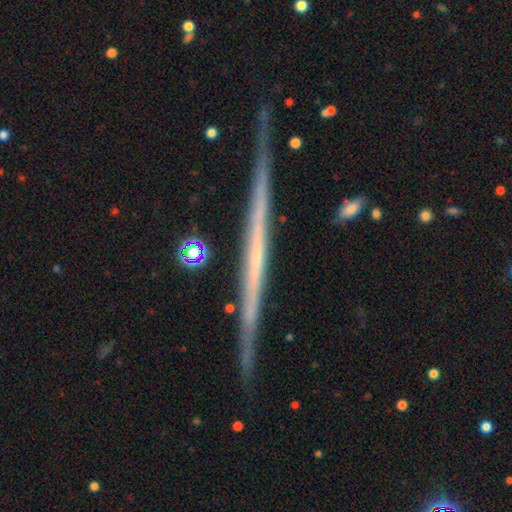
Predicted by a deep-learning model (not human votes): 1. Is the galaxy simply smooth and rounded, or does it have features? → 75% featured or disk, 17% smooth, 7% star or artifact.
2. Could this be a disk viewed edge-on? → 98% yes, 2% no.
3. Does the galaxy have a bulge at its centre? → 87% none, 8% rounded, 4% boxy.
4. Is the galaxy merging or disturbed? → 88% none, 8% minor disturbance, 2% major disturbance, 2% merger.